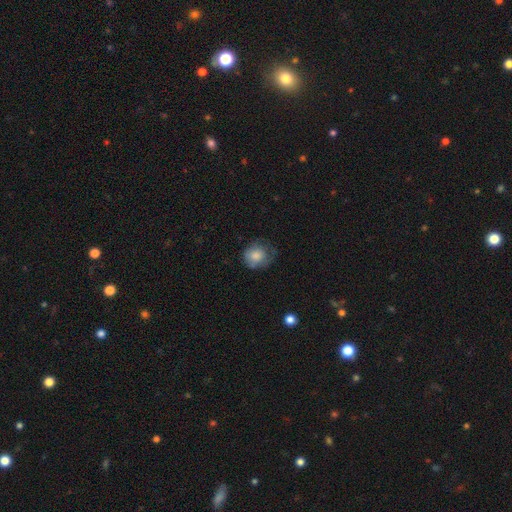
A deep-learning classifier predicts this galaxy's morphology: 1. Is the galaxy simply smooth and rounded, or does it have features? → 76% smooth, 16% featured or disk, 8% star or artifact.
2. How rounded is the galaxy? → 78% round, 21% in between, 1% cigar-shaped.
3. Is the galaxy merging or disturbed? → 53% none, 30% minor disturbance, 16% major disturbance, 1% merger.